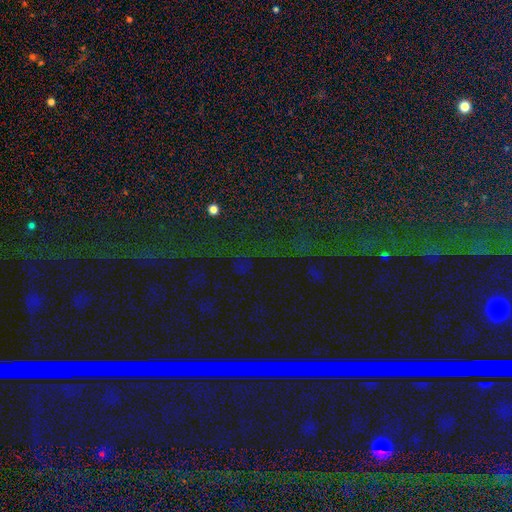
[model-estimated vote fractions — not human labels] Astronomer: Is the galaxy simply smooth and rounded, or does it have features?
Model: star or artifact — 87%.